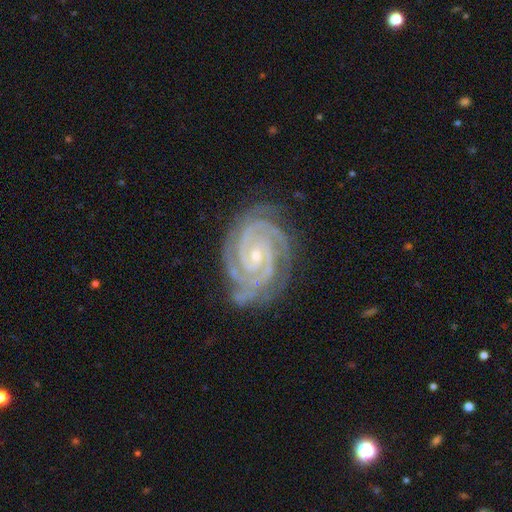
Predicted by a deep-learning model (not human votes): Q: Smooth or featured?
A: featured or disk (93%); runner-up: star or artifact (4%)
Q: Edge-on disk?
A: no (98%); runner-up: yes (2%)
Q: Bar?
A: no (52%); runner-up: weak (32%)
Q: Spiral arms?
A: yes (99%); runner-up: no (1%)
Q: Spiral winding?
A: tight (84%); runner-up: medium (15%)
Q: Spiral arm count?
A: 2 (50%); runner-up: 3 (24%)
Q: Bulge size?
A: small (72%); runner-up: moderate (25%)
Q: Merging?
A: none (78%); runner-up: minor disturbance (16%)